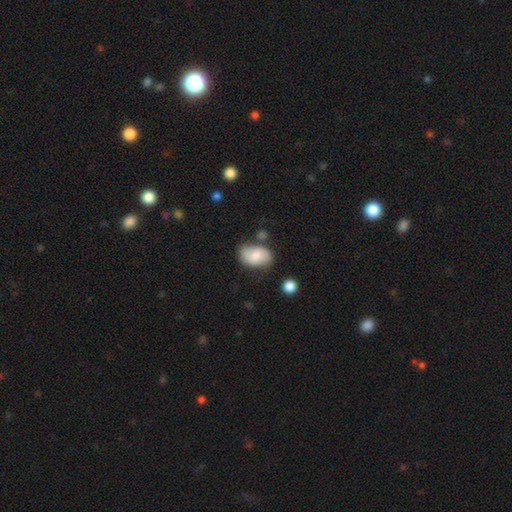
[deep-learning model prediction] A smooth galaxy with no disk features (71%) that is in between round and cigar-shaped (87%).

Vote fractions:
- Smooth or featured? smooth: 71% / featured or disk: 22% / star or artifact: 7%
- How rounded? in between: 87% / round: 12% / cigar-shaped: 1%
- Merging? none: 62% / minor disturbance: 24% / merger: 7% / major disturbance: 7%